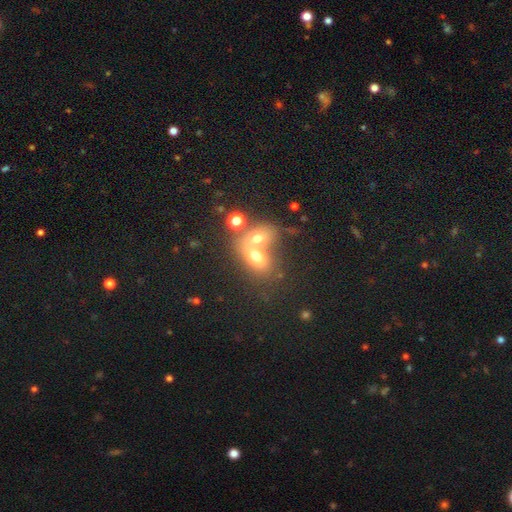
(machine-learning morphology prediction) smooth_or_featured: smooth (p=0.65) [alt: featured or disk p=0.22]
how_rounded: in between (p=0.70) [alt: round p=0.27]
merging: merger (p=0.64) [alt: none p=0.24]